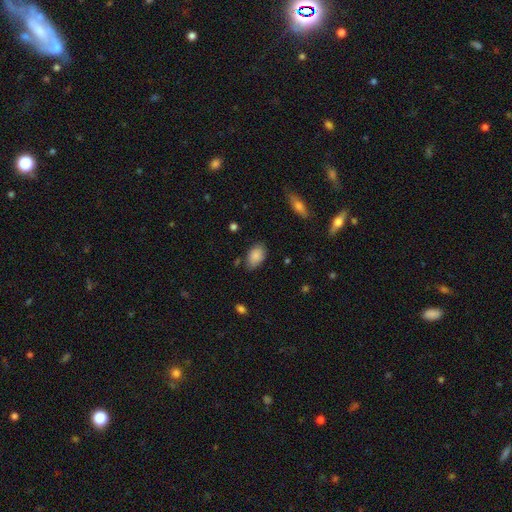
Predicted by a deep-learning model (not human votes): Smooth or featured? smooth (87%)
How rounded? in between (91%)
Merging? none (77%)